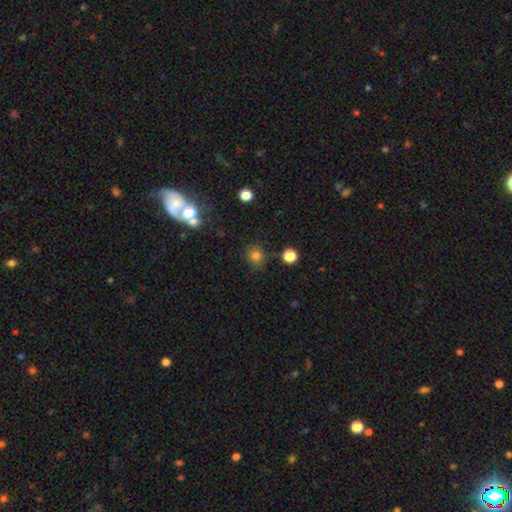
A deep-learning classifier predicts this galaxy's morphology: smooth-or-featured: smooth: 79% | star or artifact: 15% | featured or disk: 6%
  how-rounded: round: 86% | in between: 13% | cigar-shaped: 1%
  merging: none: 80% | minor disturbance: 12% | merger: 4% | major disturbance: 4%